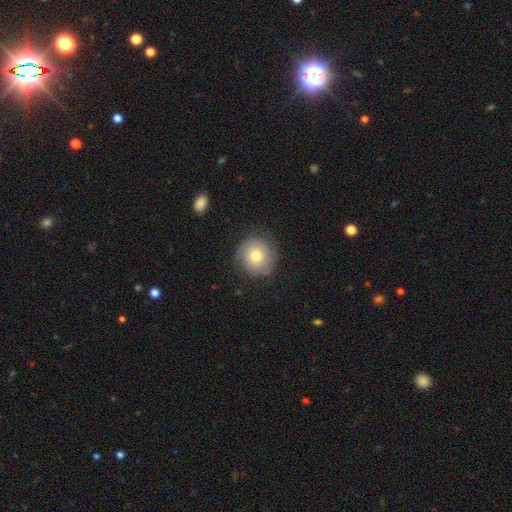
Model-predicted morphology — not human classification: A smooth galaxy with no disk features (53%) that is round (92%).

Vote fractions:
- Smooth or featured? smooth: 53% / featured or disk: 39% / star or artifact: 8%
- How rounded? round: 92% / in between: 7% / cigar-shaped: 1%
- Merging? none: 77% / minor disturbance: 16% / major disturbance: 6% / merger: 1%